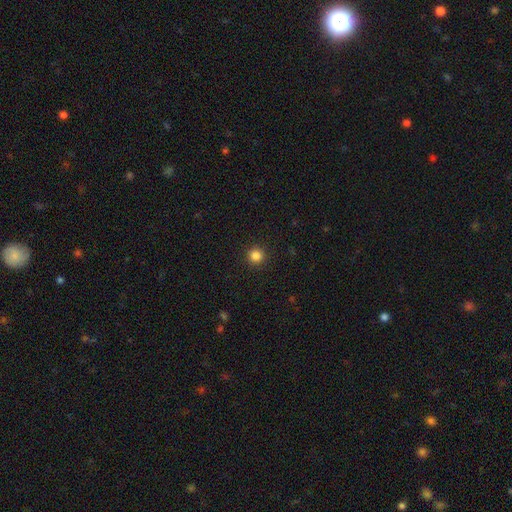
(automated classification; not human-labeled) A smooth galaxy with no disk features (85%) that is round (95%). Merging: none (93%).